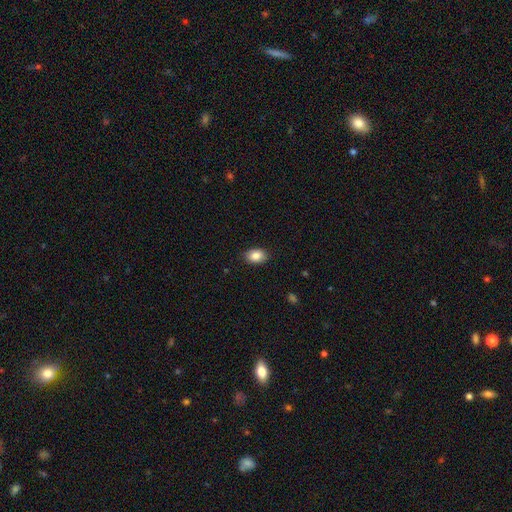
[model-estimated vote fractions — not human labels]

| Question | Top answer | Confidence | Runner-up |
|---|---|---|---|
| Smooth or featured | smooth | 86% | star or artifact (8%) |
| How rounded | in between | 80% | round (18%) |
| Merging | none | 88% | minor disturbance (9%) |